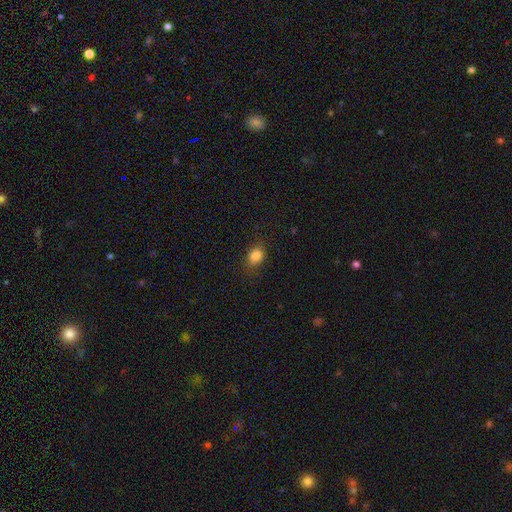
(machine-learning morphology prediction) The model was most divided on "how rounded": in between: 55%, round: 43%, cigar-shaped: 1%. More confident: smooth or featured — smooth (83%); merging — none (74%).